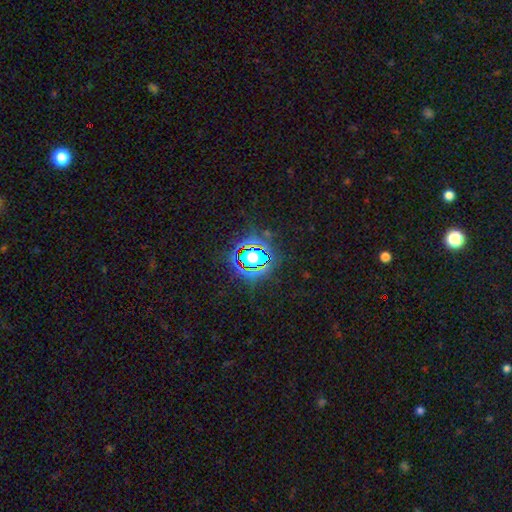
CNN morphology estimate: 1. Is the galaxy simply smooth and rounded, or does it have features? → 67% star or artifact, 21% smooth, 12% featured or disk.